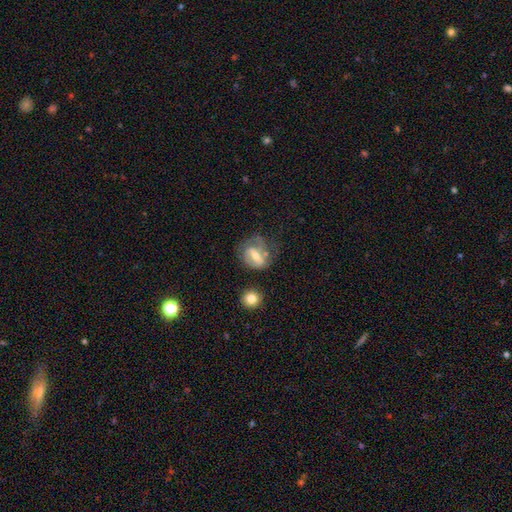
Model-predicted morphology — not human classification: A featured or disk galaxy (54%) with a strong bar (42%), spiral arms (57%) and a moderate central bulge (55%).

Vote fractions:
- Smooth or featured? featured or disk: 54% / smooth: 37% / star or artifact: 9%
- Edge-on disk? no: 94% / yes: 6%
- Bar? strong: 42% / weak: 37% / no: 21%
- Spiral arms? yes: 57% / no: 43%
- Bulge size? moderate: 55% / small: 34% / large: 6% / none: 4% / dominant: 1%
- Merging? none: 44% / minor disturbance: 25% / major disturbance: 24% / merger: 7%